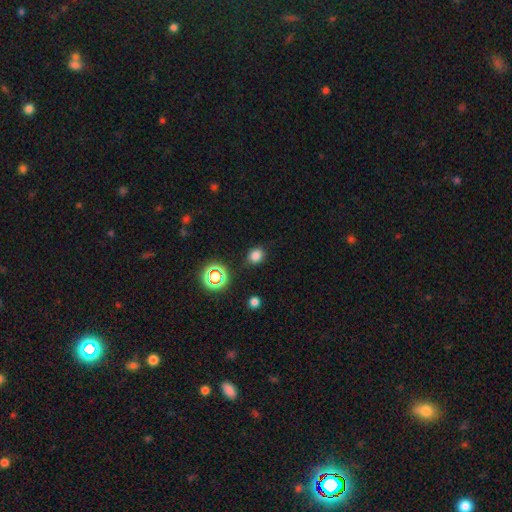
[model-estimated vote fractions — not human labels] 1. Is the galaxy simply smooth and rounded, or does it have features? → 78% smooth, 18% star or artifact, 5% featured or disk.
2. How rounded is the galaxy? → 64% round, 35% in between, 1% cigar-shaped.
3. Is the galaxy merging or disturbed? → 83% none, 12% minor disturbance, 3% major disturbance, 2% merger.